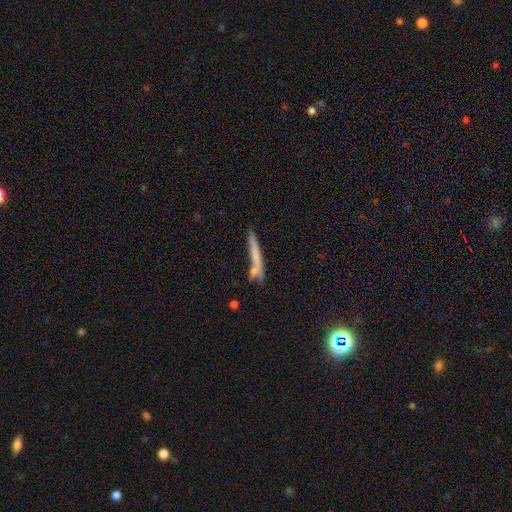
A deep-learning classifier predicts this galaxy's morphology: smooth 61%, featured or disk 31%, star or artifact 8%. Down the decision tree: how rounded — cigar-shaped (95%); merging — none (67%).